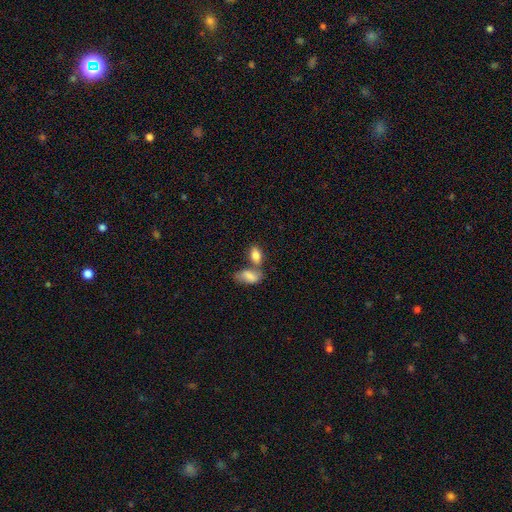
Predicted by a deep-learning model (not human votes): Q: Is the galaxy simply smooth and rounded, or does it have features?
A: smooth — 84%.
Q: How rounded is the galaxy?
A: in between — 90%.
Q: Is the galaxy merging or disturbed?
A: none — 43%.